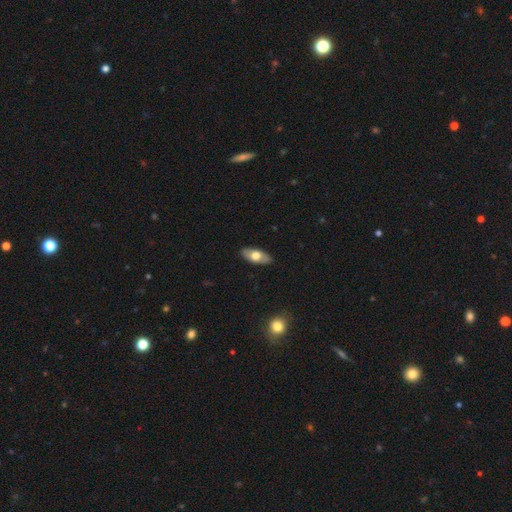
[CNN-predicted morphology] This is likely a smooth galaxy (64%). How rounded: clearly in between (88%). Merging: clearly none (87%).